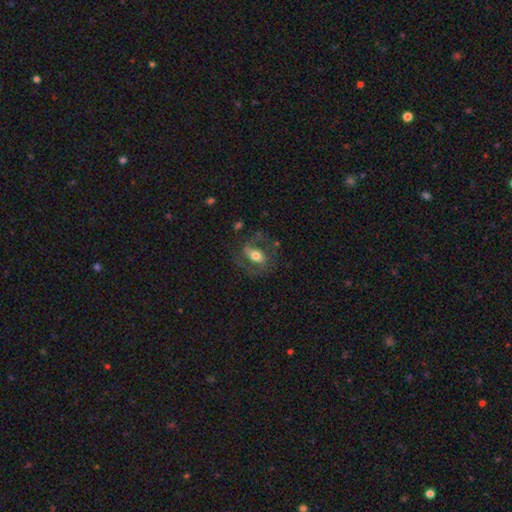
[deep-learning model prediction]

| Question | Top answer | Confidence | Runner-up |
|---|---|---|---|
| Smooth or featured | featured or disk | 56% | smooth (36%) |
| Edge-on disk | no | 90% | yes (10%) |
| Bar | strong | 38% | weak (31%) |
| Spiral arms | yes | 65% | no (35%) |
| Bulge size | moderate | 65% | large (19%) |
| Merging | none | 61% | minor disturbance (19%) |